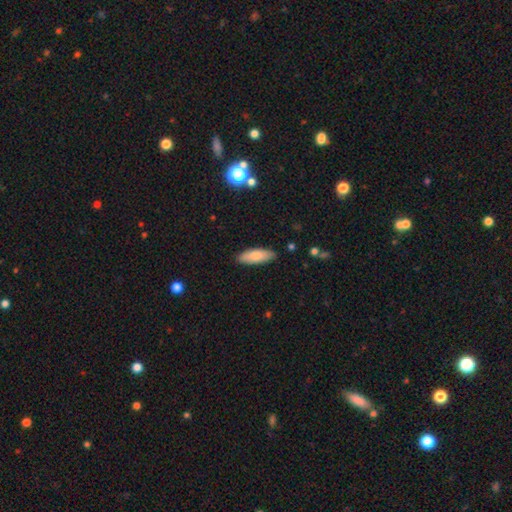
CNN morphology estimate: smooth-or-featured: smooth: 80% | featured or disk: 14% | star or artifact: 6%
  how-rounded: in between: 65% | cigar-shaped: 33% | round: 2%
  merging: none: 87% | minor disturbance: 10% | major disturbance: 2% | merger: 1%